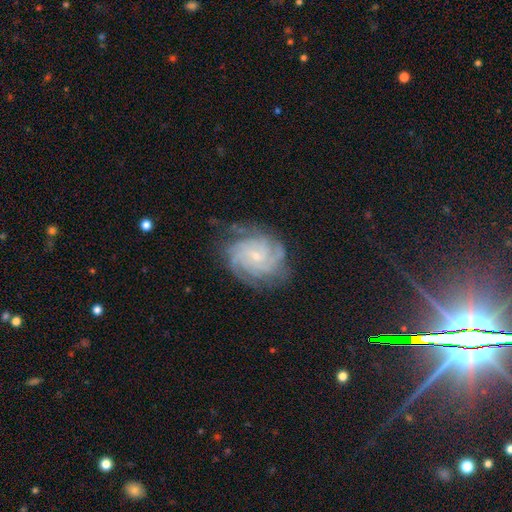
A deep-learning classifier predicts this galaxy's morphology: A featured or disk galaxy (86%) with no bar (69%), 4 (32%) tight (71%) spiral arms (98%) and a small central bulge (77%). Merging: none (74%).